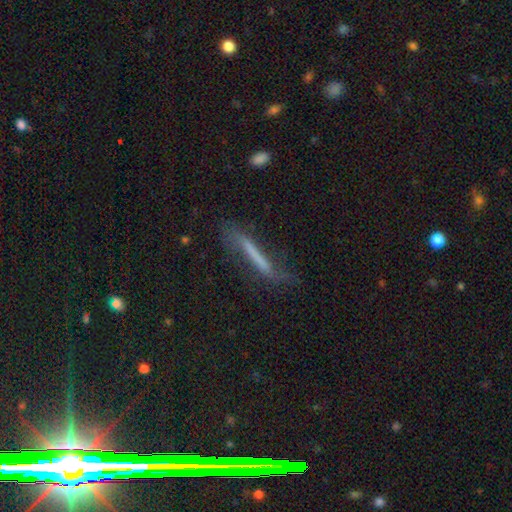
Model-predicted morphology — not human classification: Smooth or featured?
  - smooth: 47% *
  - featured or disk: 43%
  - star or artifact: 10%
Merging?
  - none: 55% *
  - minor disturbance: 25%
  - major disturbance: 16%
  - merger: 3%